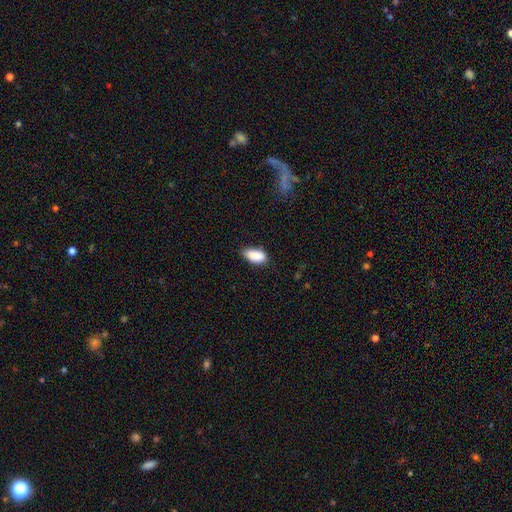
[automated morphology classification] A smooth galaxy with no disk features (89%) that is in between round and cigar-shaped (92%). Merging: none (69%).